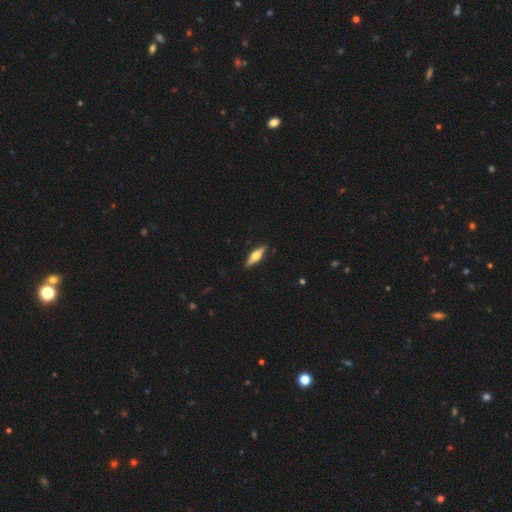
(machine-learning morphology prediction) Smooth or featured? featured or disk (62%)
Edge-on disk? yes (96%)
Edge-on bulge? rounded (94%)
Merging? none (89%)